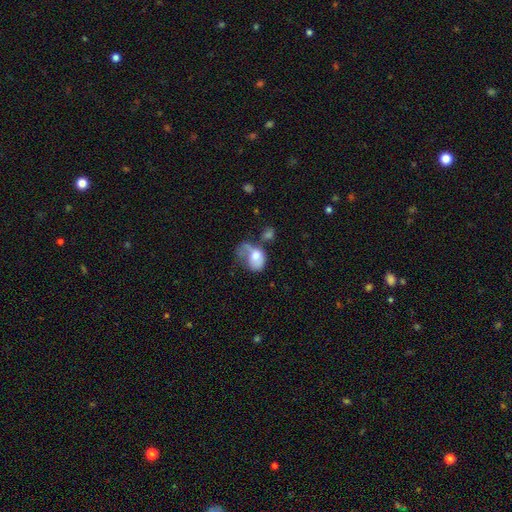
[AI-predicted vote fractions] Smooth or featured? Predicted: smooth (p=0.62). How rounded? Predicted: in between (p=0.67). Merging? Predicted: major disturbance (p=0.44).